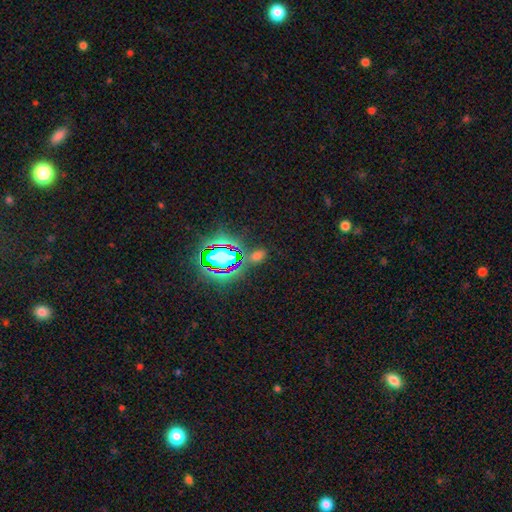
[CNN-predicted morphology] This appears to be a star or artifact, not a galaxy (68%).